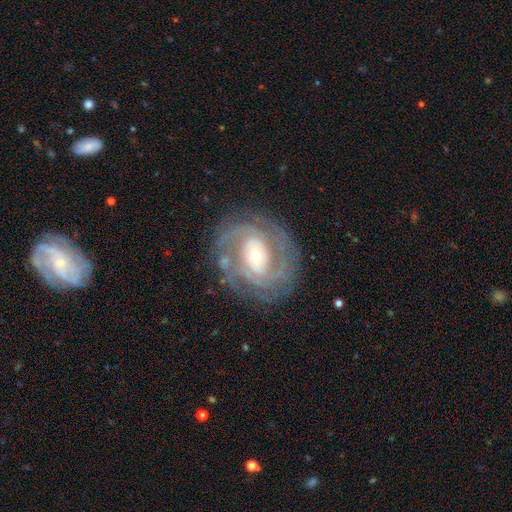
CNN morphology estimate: This is clearly a featured or disk galaxy (87%). It is clearly not viewed edge-on (97%). Bar: possibly no (48%). Spiral arm pattern: clearly yes (96%). Spiral arm count: marginally 2 (33%). Spiral winding: likely tight (65%). Central bulge: possibly moderate (56%). Merging: likely none (78%).